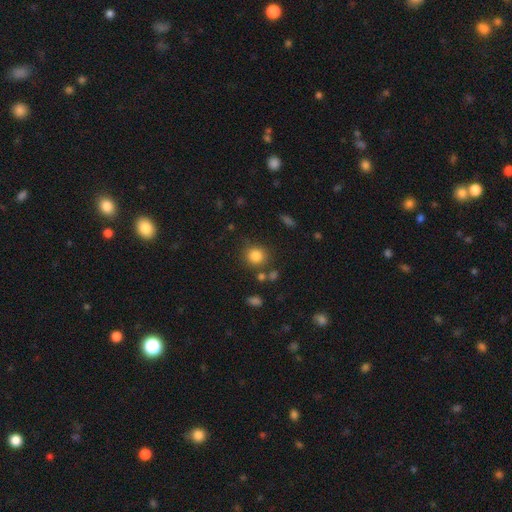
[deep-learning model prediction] Overall: smooth (83%). How rounded: round (86%). Merging: none (78%).